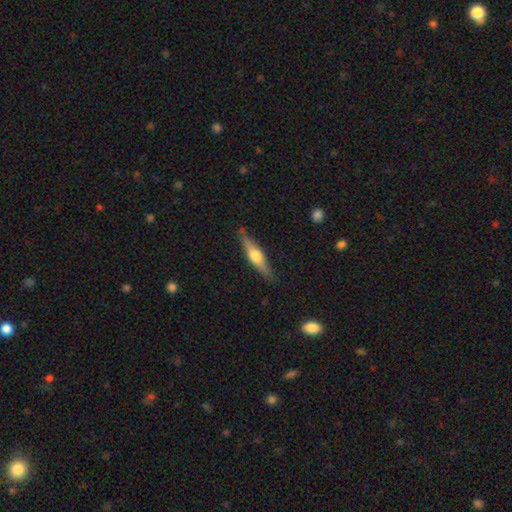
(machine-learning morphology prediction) A featured or disk galaxy (56%) viewed edge-on (94%) with a rounded central bulge (93%).

Vote fractions:
- Smooth or featured? featured or disk: 56% / smooth: 38% / star or artifact: 6%
- Edge-on disk? yes: 94% / no: 6%
- Edge-on bulge? rounded: 93% / boxy: 4% / none: 3%
- Merging? none: 84% / minor disturbance: 12% / major disturbance: 2% / merger: 2%